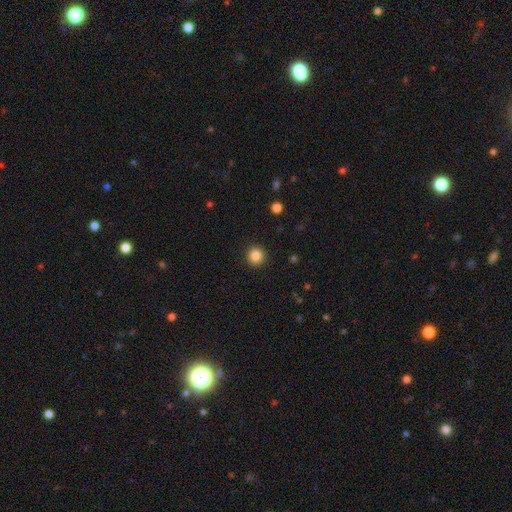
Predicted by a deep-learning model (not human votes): smooth-or-featured: smooth: 85% | star or artifact: 11% | featured or disk: 4%
  how-rounded: round: 94% | in between: 5% | cigar-shaped: 1%
  merging: none: 92% | minor disturbance: 5% | major disturbance: 2% | merger: 1%